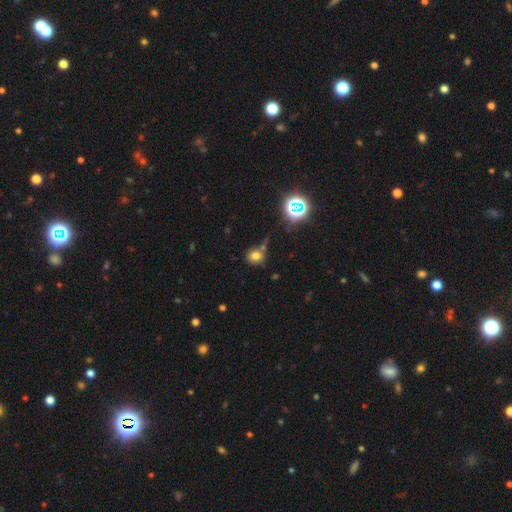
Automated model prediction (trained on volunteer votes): Morphology: type=smooth (70%); roundness=round (76%); merging=none (66%).